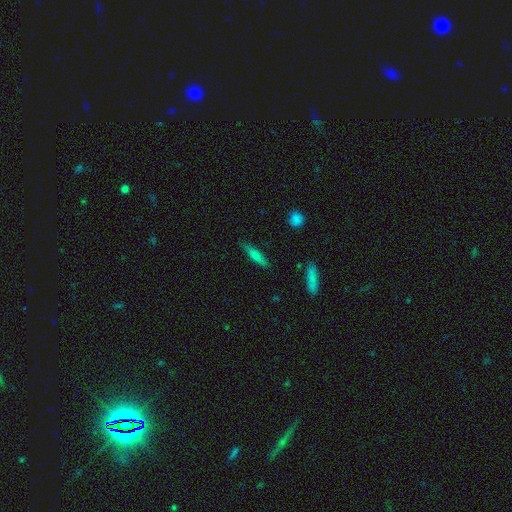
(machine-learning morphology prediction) A smooth galaxy with no disk features (66%) that is cigar-shaped (80%). Merging: none (85%).